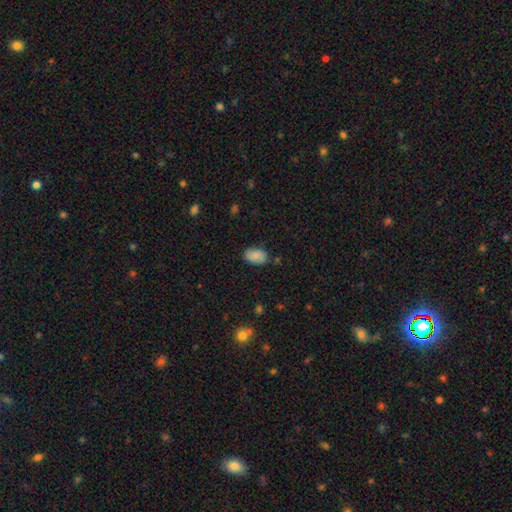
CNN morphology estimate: Smooth or featured? Predicted: smooth (p=0.85). How rounded? Predicted: in between (p=0.90). Merging? Predicted: none (p=0.79).